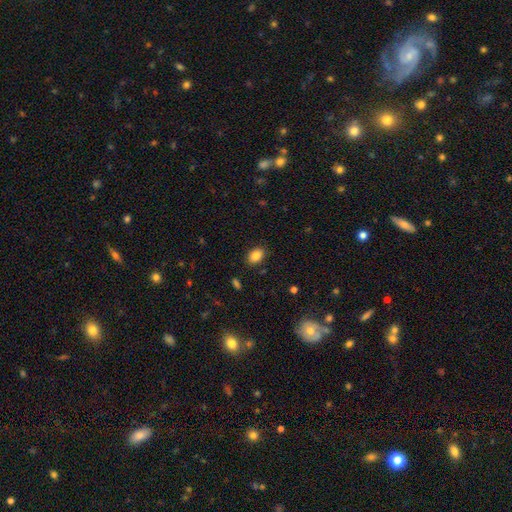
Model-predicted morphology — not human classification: type=smooth (85%); roundness=in between (82%); merging=none (87%).